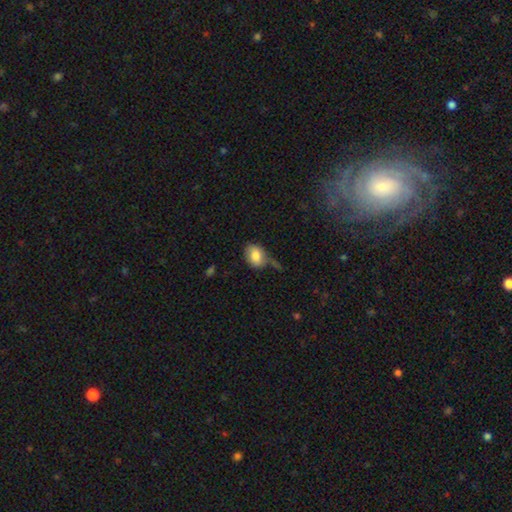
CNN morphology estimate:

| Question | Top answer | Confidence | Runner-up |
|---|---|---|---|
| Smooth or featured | smooth | 81% | featured or disk (12%) |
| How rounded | in between | 72% | round (27%) |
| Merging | none | 41% | minor disturbance (31%) |